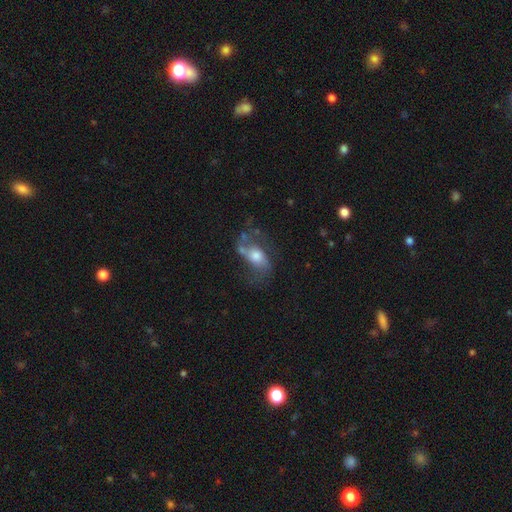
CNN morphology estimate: featured or disk 62%, smooth 29%, star or artifact 9%. Down the decision tree: edge-on disk — no (93%); bar — no (62%); spiral arms — yes (78%); bulge size — moderate (52%); merging — none (45%).